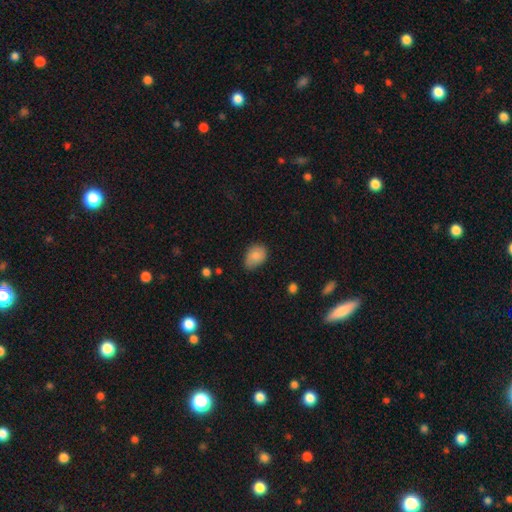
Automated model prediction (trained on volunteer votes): The model was most divided on "merging": none: 59%, minor disturbance: 34%, major disturbance: 6%, merger: 2%. More confident: smooth or featured — smooth (81%); how rounded — in between (73%).